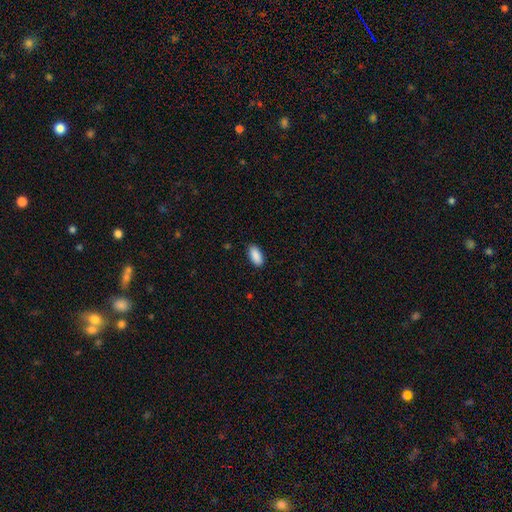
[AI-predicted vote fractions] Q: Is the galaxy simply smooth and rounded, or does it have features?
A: smooth — 91%.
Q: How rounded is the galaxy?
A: in between — 92%.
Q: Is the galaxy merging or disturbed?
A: none — 89%.